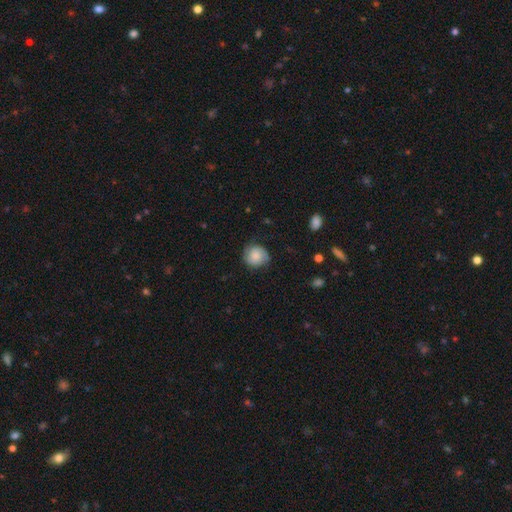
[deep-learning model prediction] Overall: smooth (56%; featured or disk 36%). How rounded: round (85%). Merging: none (72%).